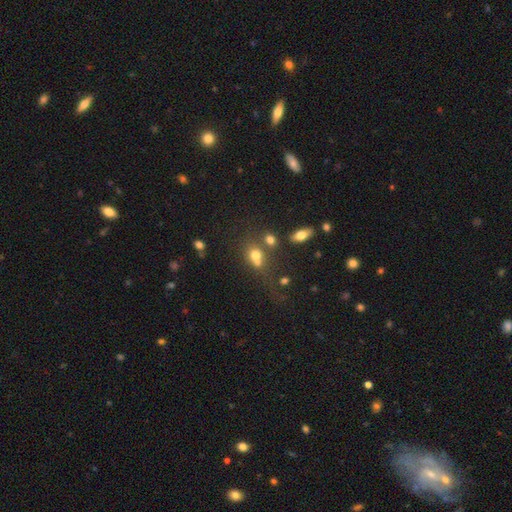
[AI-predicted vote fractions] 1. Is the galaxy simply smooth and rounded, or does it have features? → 68% smooth, 16% star or artifact, 15% featured or disk.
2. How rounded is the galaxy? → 63% round, 35% in between, 2% cigar-shaped.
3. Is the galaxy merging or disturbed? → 45% merger, 36% none, 11% minor disturbance, 8% major disturbance.